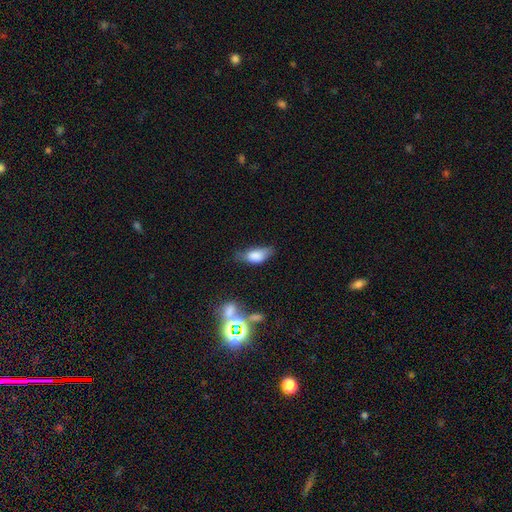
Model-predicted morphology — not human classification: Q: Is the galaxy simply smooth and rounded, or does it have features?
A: smooth — 76%.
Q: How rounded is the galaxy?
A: in between — 85%.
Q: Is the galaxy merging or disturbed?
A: none — 43%.